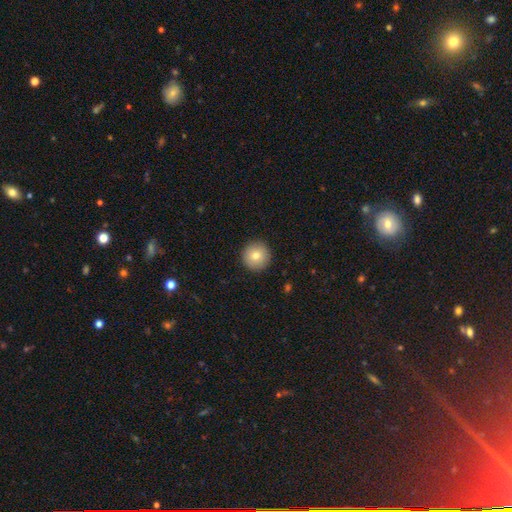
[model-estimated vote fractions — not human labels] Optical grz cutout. It shows a smooth galaxy with no disk features (79%) that is round (96%). Merging: none (92%).